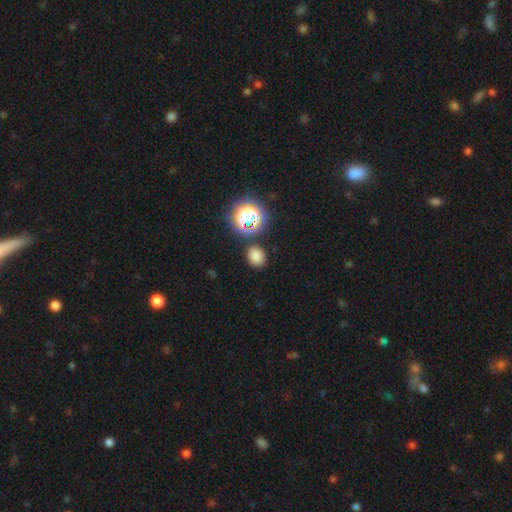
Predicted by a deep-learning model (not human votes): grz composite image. It shows a smooth galaxy with no disk features (77%) that is round (61%). Merging: none (83%).